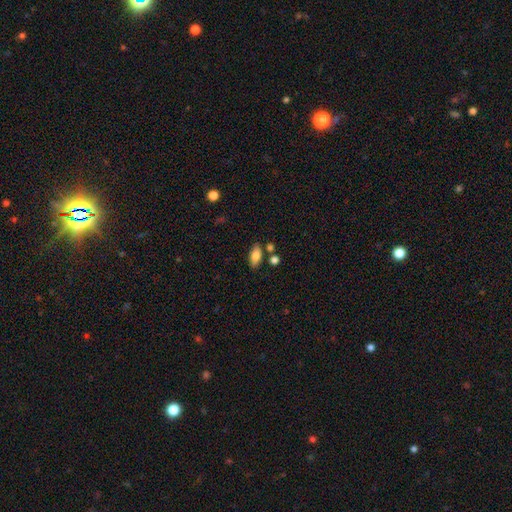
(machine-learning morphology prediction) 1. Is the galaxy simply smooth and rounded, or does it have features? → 80% smooth, 13% featured or disk, 8% star or artifact.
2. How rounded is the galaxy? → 88% in between, 8% cigar-shaped, 4% round.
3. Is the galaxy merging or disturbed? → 78% none, 12% minor disturbance, 7% merger, 3% major disturbance.